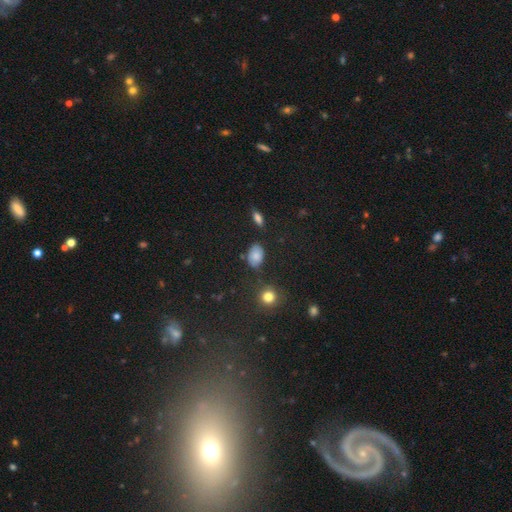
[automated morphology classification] smooth 80%, star or artifact 11%, featured or disk 9%. Down the decision tree: how rounded — in between (84%); merging — none (72%).